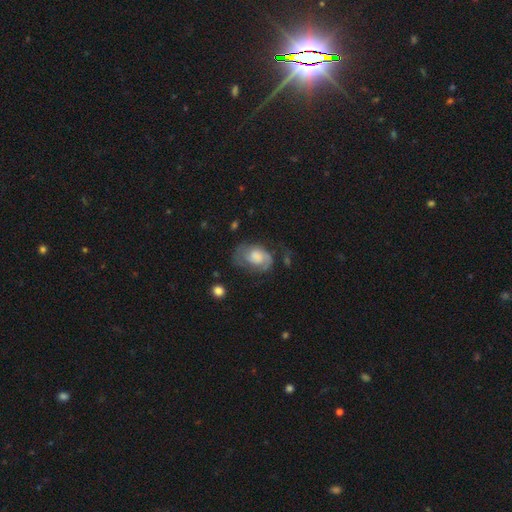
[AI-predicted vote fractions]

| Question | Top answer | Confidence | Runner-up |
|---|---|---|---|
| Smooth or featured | featured or disk | 55% | smooth (36%) |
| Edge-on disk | no | 96% | yes (4%) |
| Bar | no | 75% | weak (22%) |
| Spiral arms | yes | 77% | no (23%) |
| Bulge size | large | 41% | moderate (31%) |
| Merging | none | 47% | minor disturbance (27%) |